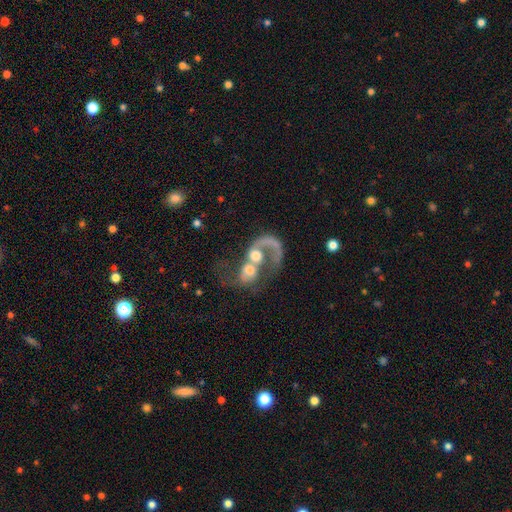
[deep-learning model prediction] smooth_or_featured: featured or disk (p=0.62) [alt: smooth p=0.30]
disk_edge_on: no (p=0.97) [alt: yes p=0.03]
bar: no (p=0.78) [alt: weak p=0.17]
has_spiral_arms: yes (p=0.65) [alt: no p=0.35]
bulge_size: moderate (p=0.55) [alt: large p=0.21]
merging: merger (p=0.77) [alt: major disturbance p=0.12]